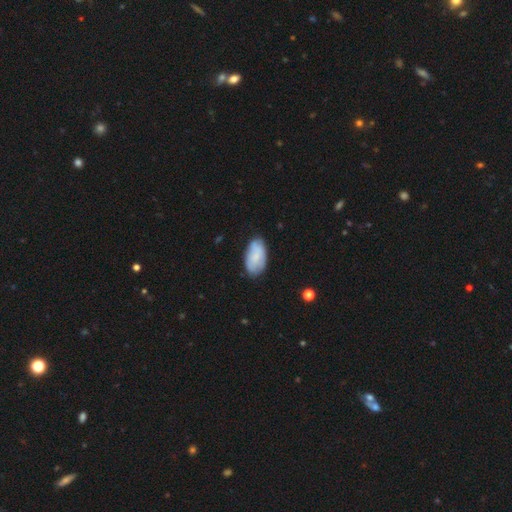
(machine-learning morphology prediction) Smooth or featured? smooth (70%)
How rounded? in between (95%)
Merging? none (71%)